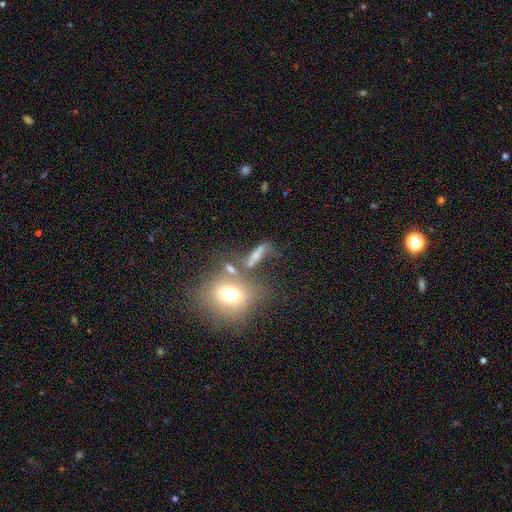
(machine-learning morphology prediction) smooth 55%, featured or disk 27%, star or artifact 18%. Down the decision tree: how rounded — cigar-shaped (46%); merging — none (39%).